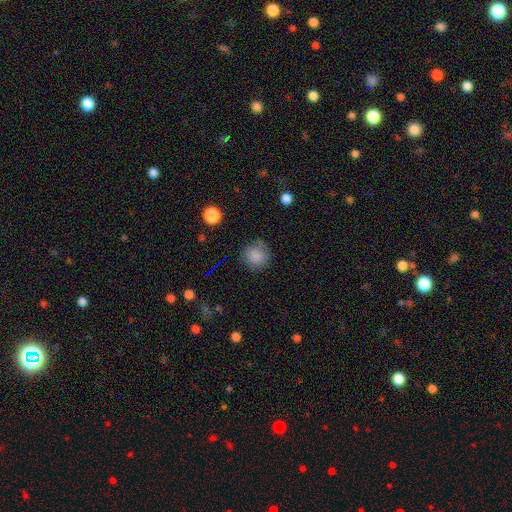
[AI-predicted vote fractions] This is clearly a smooth galaxy (84%). How rounded: clearly round (92%). Merging: likely none (79%).